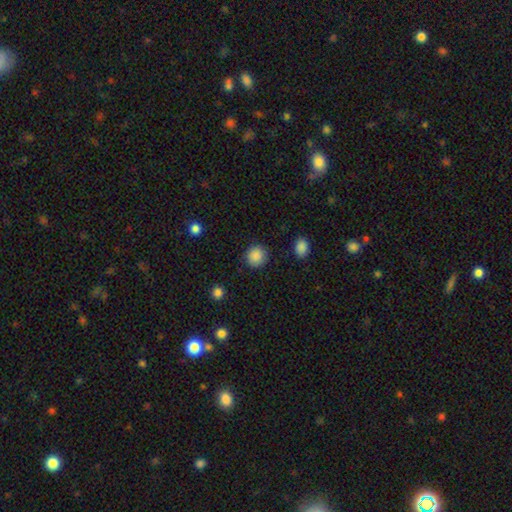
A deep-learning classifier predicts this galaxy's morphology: Smooth or featured? Predicted: smooth (p=0.88). How rounded? Predicted: round (p=0.90). Merging? Predicted: none (p=0.89).